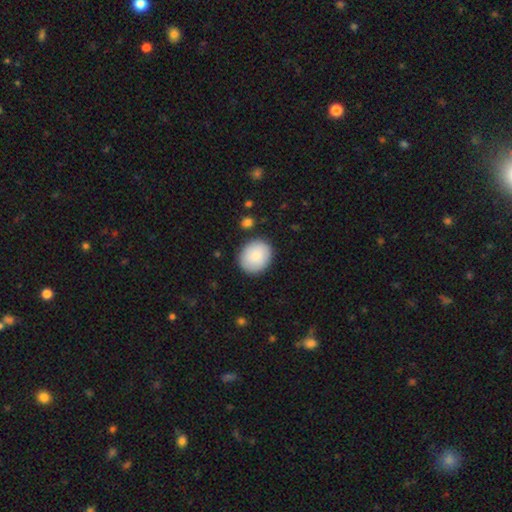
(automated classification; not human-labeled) Smooth or featured: smooth — 83% (featured or disk — 10%)
How rounded: round — 71% (in between — 28%)
Merging: none — 86% (minor disturbance — 9%)